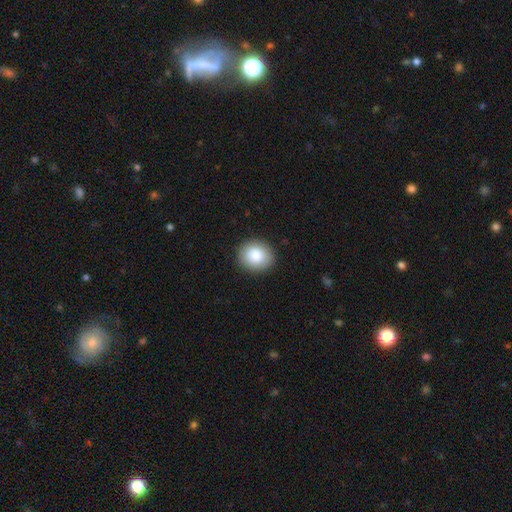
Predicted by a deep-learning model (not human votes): Overall: smooth (83%). How rounded: round (79%). Merging: none (91%).